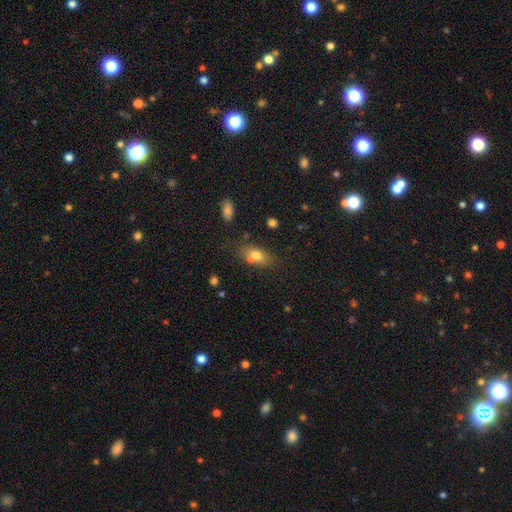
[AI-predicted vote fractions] Smooth or featured?
  - smooth: 74% *
  - featured or disk: 15%
  - star or artifact: 10%
How rounded?
  - in between: 80% *
  - round: 13%
  - cigar-shaped: 7%
Merging?
  - none: 55% *
  - merger: 23%
  - minor disturbance: 16%
  - major disturbance: 6%